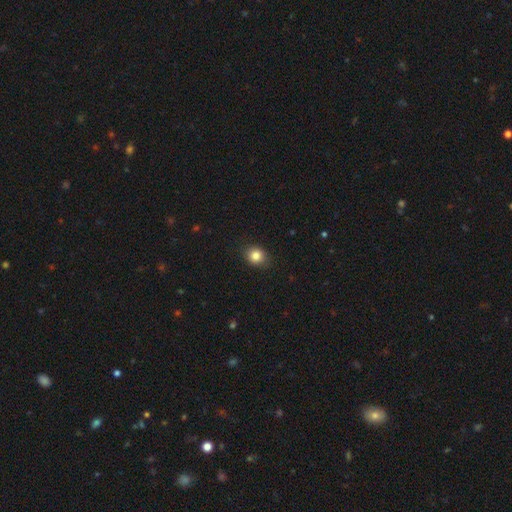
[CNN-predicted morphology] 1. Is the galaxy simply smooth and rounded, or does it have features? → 84% smooth, 10% star or artifact, 5% featured or disk.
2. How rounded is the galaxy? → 72% round, 27% in between, 1% cigar-shaped.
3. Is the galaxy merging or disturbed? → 87% none, 10% minor disturbance, 2% major disturbance, 1% merger.